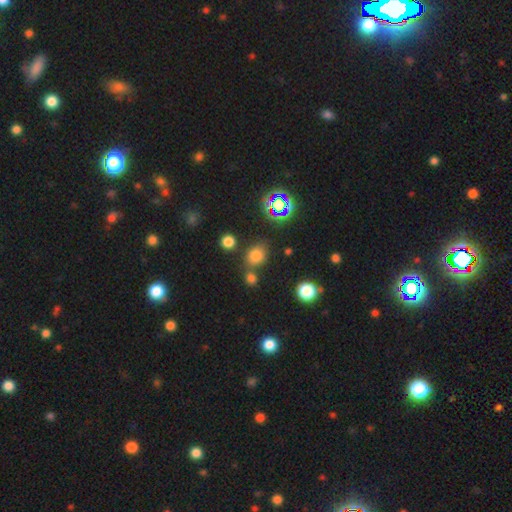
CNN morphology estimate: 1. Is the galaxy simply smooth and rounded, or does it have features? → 70% smooth, 23% star or artifact, 7% featured or disk.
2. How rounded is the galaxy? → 58% round, 41% in between, 1% cigar-shaped.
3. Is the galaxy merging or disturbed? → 71% none, 14% merger, 11% minor disturbance, 4% major disturbance.